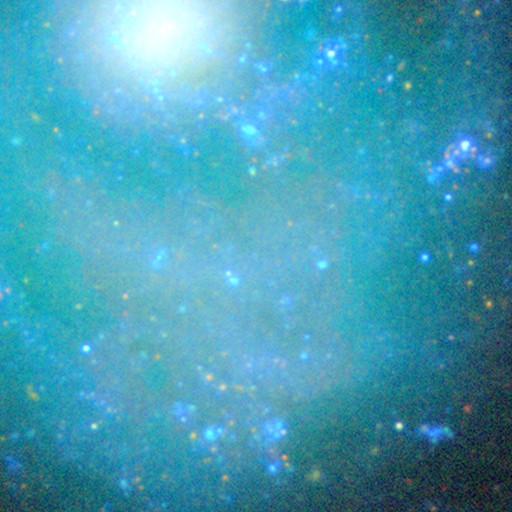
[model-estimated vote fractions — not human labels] Morphology: type=star or artifact (59%).